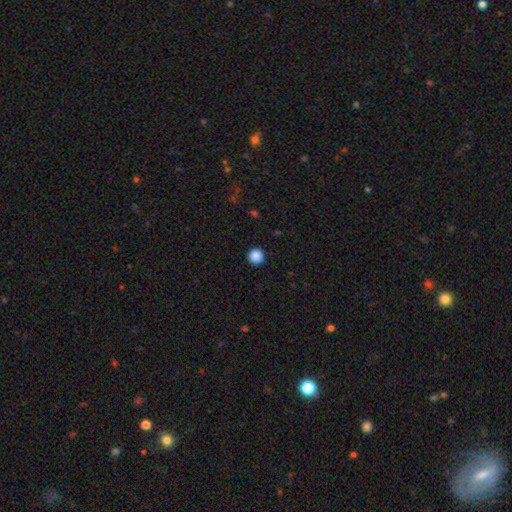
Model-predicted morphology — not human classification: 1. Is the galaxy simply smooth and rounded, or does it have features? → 88% smooth, 10% star or artifact, 2% featured or disk.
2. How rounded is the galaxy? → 96% round, 4% in between, 1% cigar-shaped.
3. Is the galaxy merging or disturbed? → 92% none, 5% minor disturbance, 2% major disturbance, 1% merger.